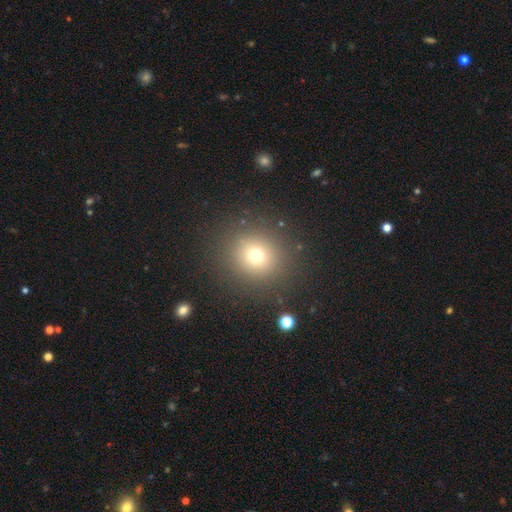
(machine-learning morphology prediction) Smooth or featured? smooth (72%)
How rounded? round (90%)
Merging? none (88%)